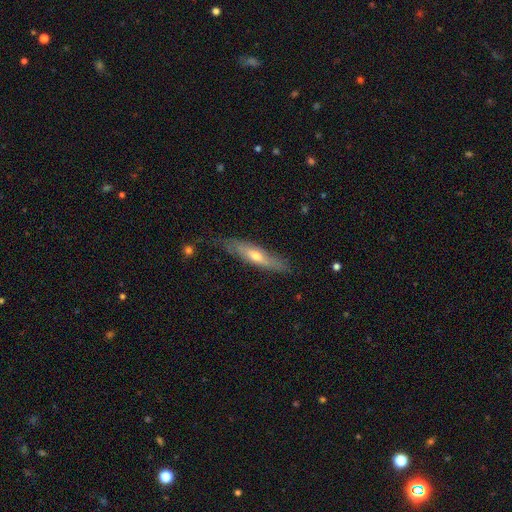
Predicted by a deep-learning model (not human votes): Smooth or featured: featured or disk — 49% (smooth — 45%)
Merging: none — 72% (minor disturbance — 21%)